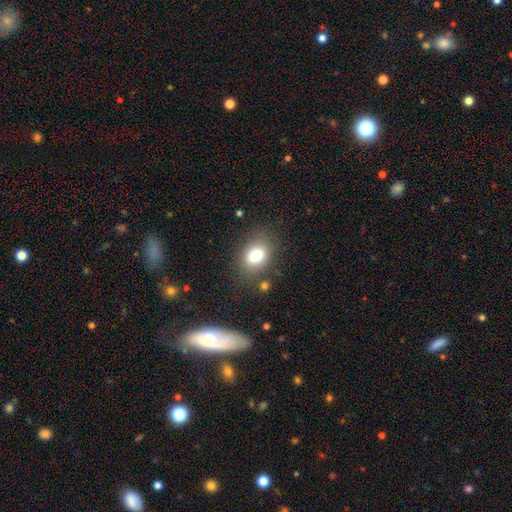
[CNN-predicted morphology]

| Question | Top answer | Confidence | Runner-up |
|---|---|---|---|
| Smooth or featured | smooth | 77% | star or artifact (12%) |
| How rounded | in between | 67% | round (32%) |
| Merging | none | 79% | minor disturbance (13%) |